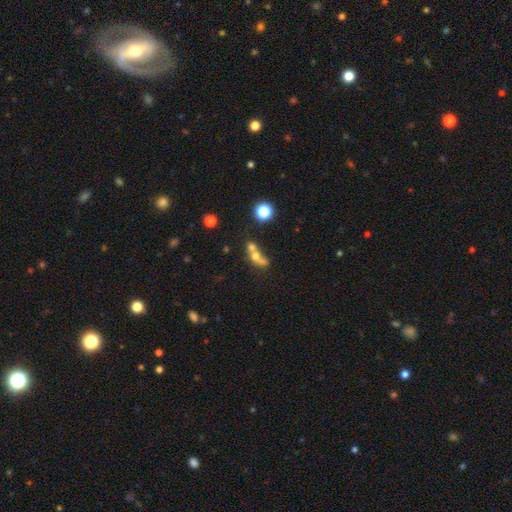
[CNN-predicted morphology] smooth-or-featured: smooth: 57% | featured or disk: 26% | star or artifact: 17%
  how-rounded: round: 53% | in between: 38% | cigar-shaped: 9%
  merging: merger: 61% | none: 23% | major disturbance: 8% | minor disturbance: 8%